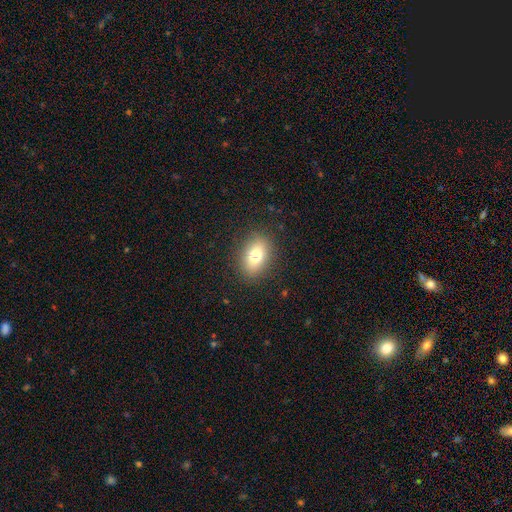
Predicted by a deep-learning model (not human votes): A smooth galaxy with no disk features (77%) that is in between round and cigar-shaped (83%).

Vote fractions:
- Smooth or featured? smooth: 77% / featured or disk: 13% / star or artifact: 9%
- How rounded? in between: 83% / round: 15% / cigar-shaped: 2%
- Merging? none: 87% / minor disturbance: 9% / major disturbance: 3% / merger: 1%